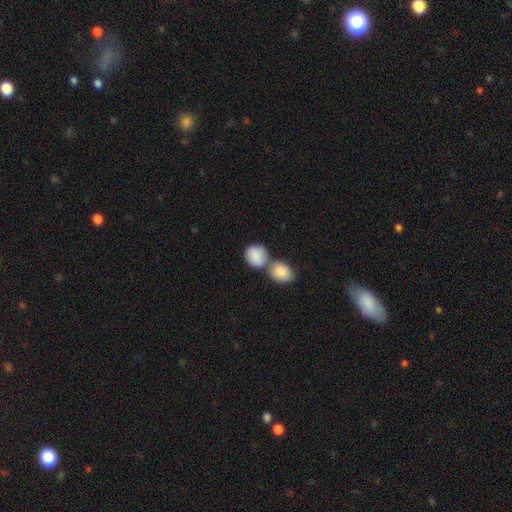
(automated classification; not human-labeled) Smooth or featured?
  - smooth: 88% *
  - featured or disk: 7%
  - star or artifact: 6%
How rounded?
  - round: 63% *
  - in between: 35%
  - cigar-shaped: 1%
Merging?
  - merger: 52% *
  - none: 35%
  - minor disturbance: 9%
  - major disturbance: 4%